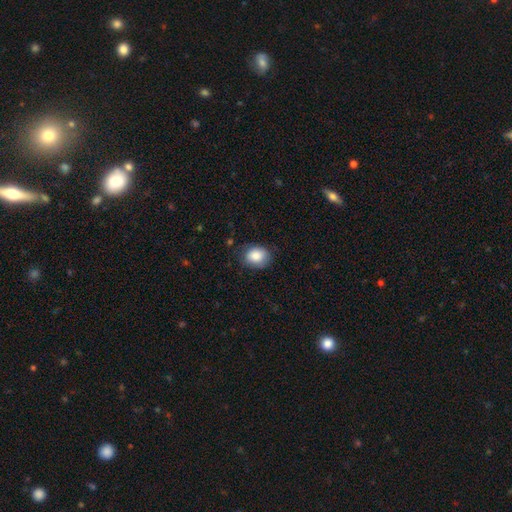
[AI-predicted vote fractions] The model was most divided on "how rounded": in between: 53%, round: 46%, cigar-shaped: 1%. More confident: smooth or featured — smooth (86%); merging — none (77%).